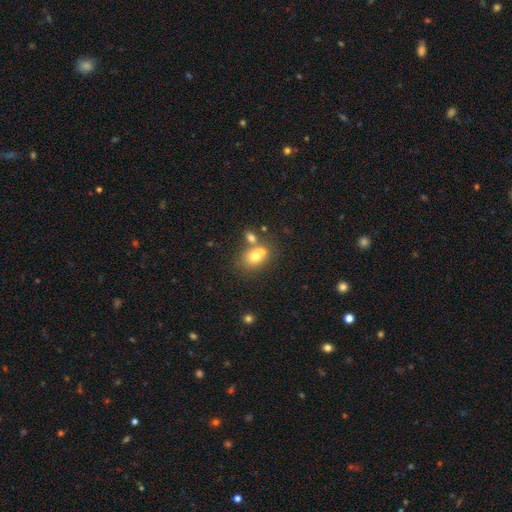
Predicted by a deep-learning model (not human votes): The model was most divided on "merging": merger: 48%, none: 36%, minor disturbance: 11%, major disturbance: 5%. More confident: smooth or featured — smooth (68%); how rounded — in between (57%).